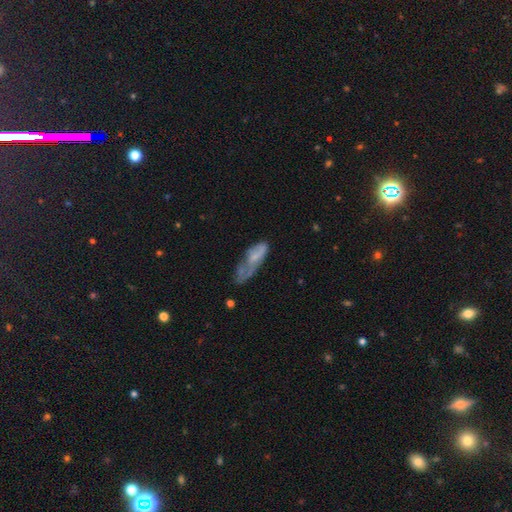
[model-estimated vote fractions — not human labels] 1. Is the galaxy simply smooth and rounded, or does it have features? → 52% smooth, 40% featured or disk, 8% star or artifact.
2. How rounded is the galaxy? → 65% in between, 32% cigar-shaped, 3% round.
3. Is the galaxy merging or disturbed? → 37% major disturbance, 26% minor disturbance, 25% none, 12% merger.